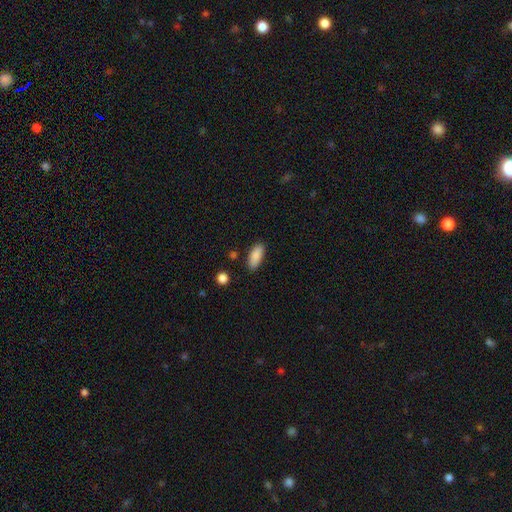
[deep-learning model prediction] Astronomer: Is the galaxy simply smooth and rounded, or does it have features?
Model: smooth — 88%.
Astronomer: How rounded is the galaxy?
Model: in between — 80%.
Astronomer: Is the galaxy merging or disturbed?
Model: none — 84%.